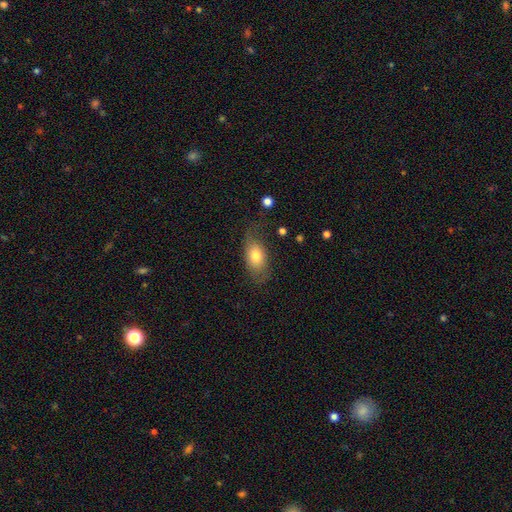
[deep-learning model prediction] A smooth galaxy with no disk features (73%) that is in between round and cigar-shaped (88%). Merging: none (60%).